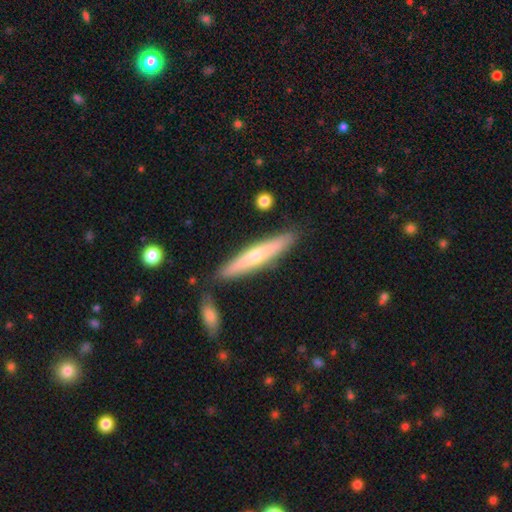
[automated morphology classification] smooth_or_featured: featured or disk (p=0.50) [alt: smooth p=0.44]
merging: none (p=0.86) [alt: minor disturbance p=0.09]